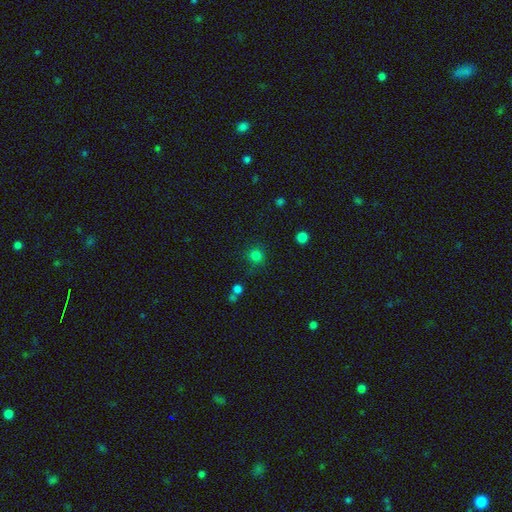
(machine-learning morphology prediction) smooth_or_featured: smooth (p=0.78) [alt: star or artifact p=0.17]
how_rounded: round (p=0.91) [alt: in between p=0.08]
merging: none (p=0.80) [alt: minor disturbance p=0.11]